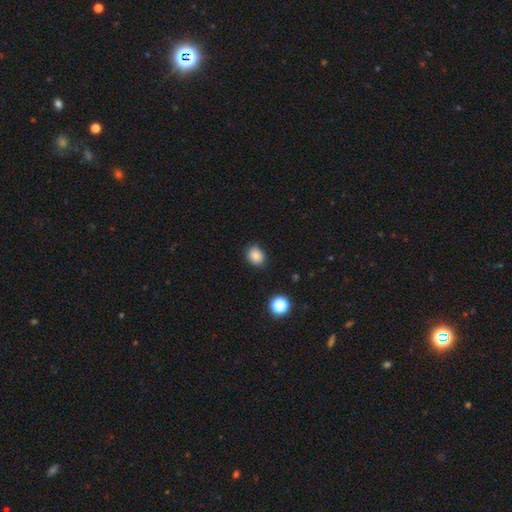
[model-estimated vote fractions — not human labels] The model was most divided on "how rounded": round: 54%, in between: 45%, cigar-shaped: 1%. More confident: smooth or featured — smooth (85%); merging — none (82%).